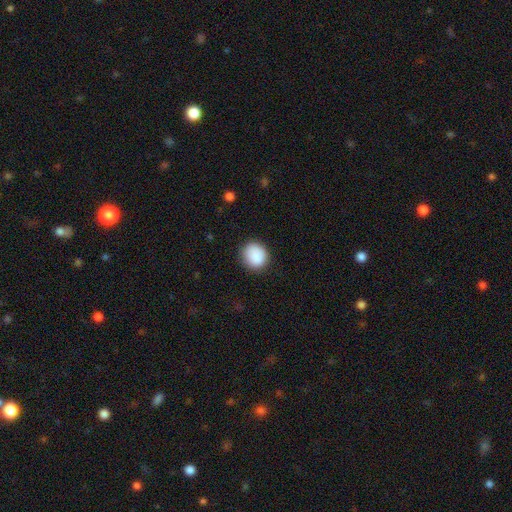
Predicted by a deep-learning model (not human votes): Smooth or featured? Predicted: smooth (p=0.88). How rounded? Predicted: round (p=0.81). Merging? Predicted: none (p=0.84).